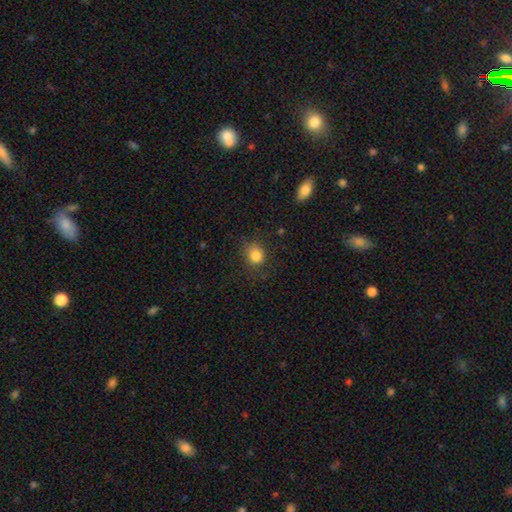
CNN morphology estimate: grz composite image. It shows a smooth galaxy with no disk features (84%) that is round (73%). Merging: none (77%).